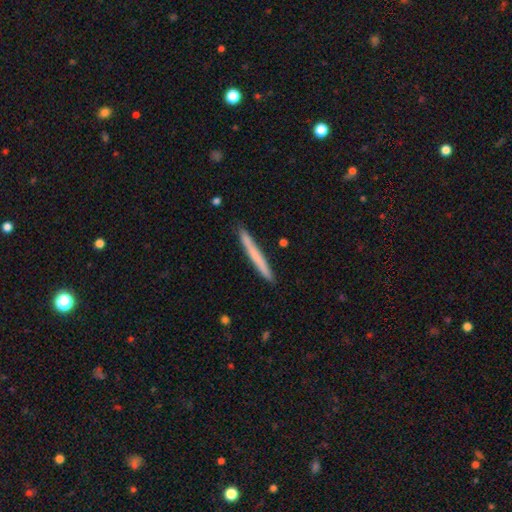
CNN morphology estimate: Smooth or featured? smooth (64%)
How rounded? cigar-shaped (97%)
Merging? none (91%)